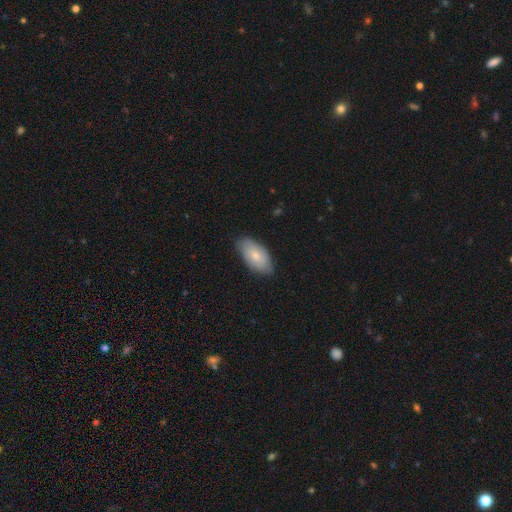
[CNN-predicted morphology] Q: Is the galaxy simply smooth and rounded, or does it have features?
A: smooth — 76%.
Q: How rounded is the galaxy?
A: in between — 94%.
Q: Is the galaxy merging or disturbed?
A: none — 80%.